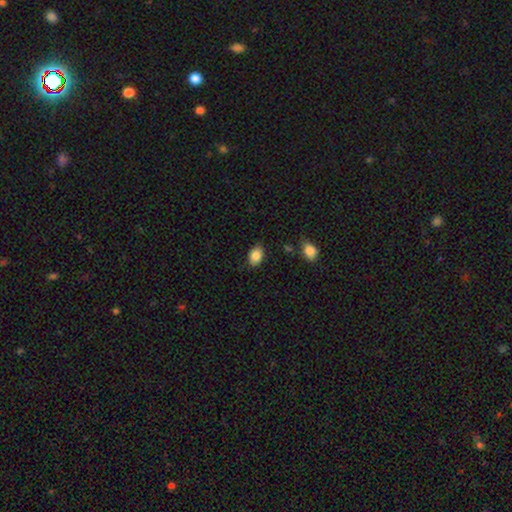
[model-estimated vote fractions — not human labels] Smooth or featured? smooth (87%)
How rounded? in between (81%)
Merging? none (80%)